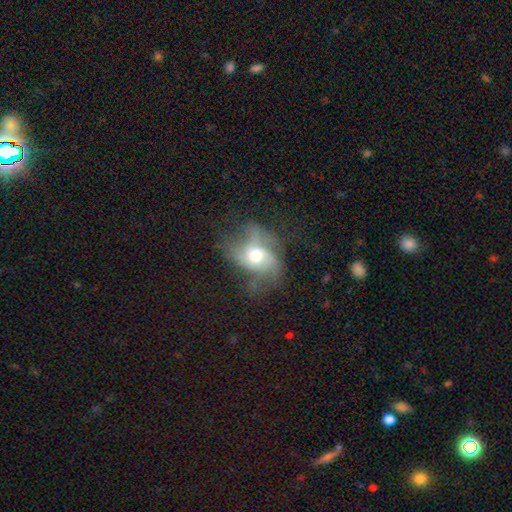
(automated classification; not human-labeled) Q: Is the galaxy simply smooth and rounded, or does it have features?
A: featured or disk — 61%.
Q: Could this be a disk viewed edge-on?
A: no — 96%.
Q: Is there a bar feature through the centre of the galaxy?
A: no — 71%.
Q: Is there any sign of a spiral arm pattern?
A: yes — 74%.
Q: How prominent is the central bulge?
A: moderate — 65%.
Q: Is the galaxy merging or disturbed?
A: none — 39%.